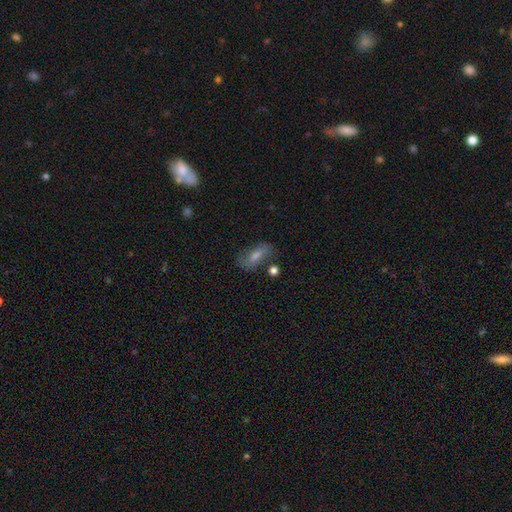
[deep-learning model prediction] Smooth or featured: smooth — 61% (featured or disk — 29%)
How rounded: in between — 78% (cigar-shaped — 16%)
Merging: none — 65% (minor disturbance — 20%)